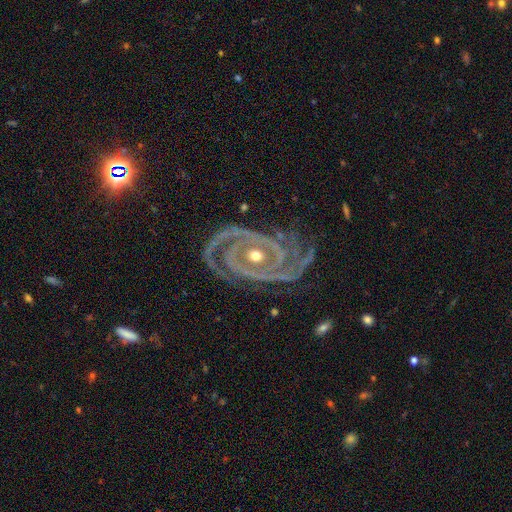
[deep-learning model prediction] The model was most divided on "bulge size": moderate: 69%, small: 25%, large: 4%, dominant: 1%, none: 1%. More confident: edge-on disk — no (97%); spiral arms — yes (96%); smooth or featured — featured or disk (92%); bar — no (76%); spiral winding — tight (74%); merging — none (72%); spiral arm count — 2 (68%).